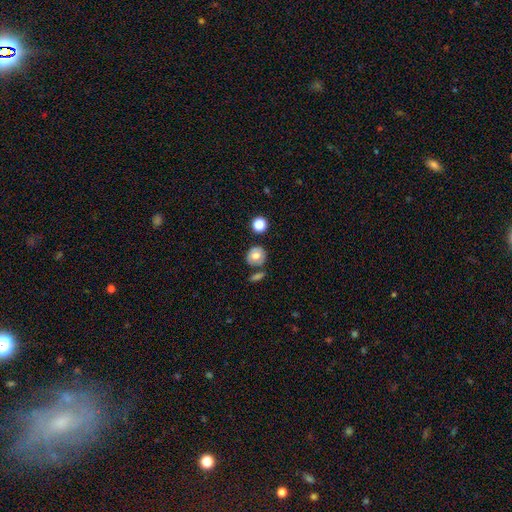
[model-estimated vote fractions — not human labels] Smooth or featured? smooth (69%)
How rounded? round (83%)
Merging? none (73%)